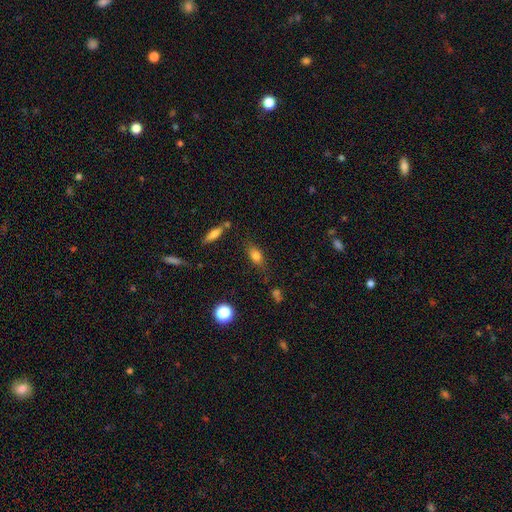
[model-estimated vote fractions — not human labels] smooth 77%, featured or disk 12%, star or artifact 12%. Down the decision tree: how rounded — in between (75%); merging — none (73%).